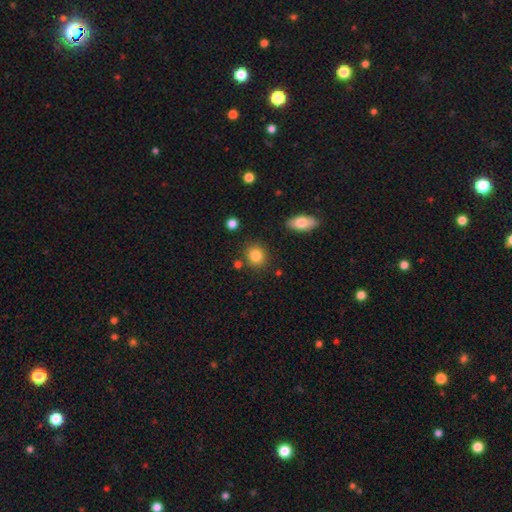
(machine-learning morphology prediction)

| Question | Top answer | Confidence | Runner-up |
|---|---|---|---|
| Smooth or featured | smooth | 84% | star or artifact (9%) |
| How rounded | round | 79% | in between (20%) |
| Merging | none | 84% | minor disturbance (9%) |